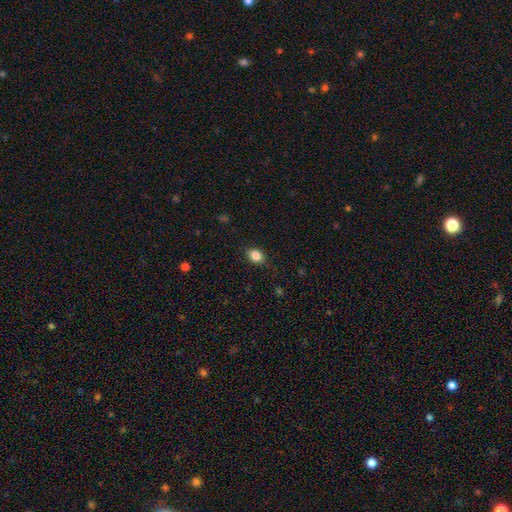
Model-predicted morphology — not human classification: type=smooth (85%); roundness=in between (53%); merging=none (83%).